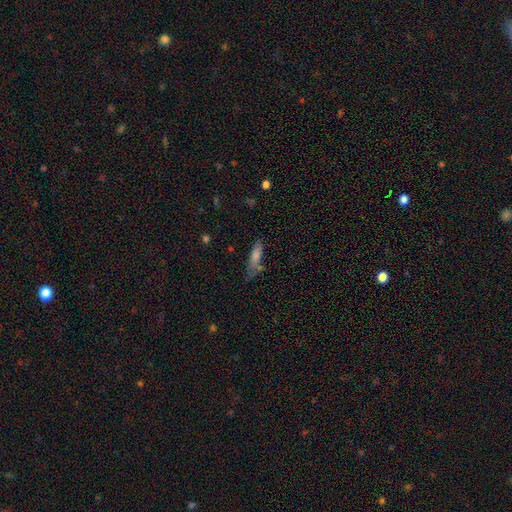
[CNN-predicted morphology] A smooth galaxy with no disk features (65%) that is cigar-shaped (66%).

Vote fractions:
- Smooth or featured? smooth: 65% / featured or disk: 22% / star or artifact: 13%
- How rounded? cigar-shaped: 66% / in between: 31% / round: 3%
- Merging? none: 57% / minor disturbance: 25% / major disturbance: 11% / merger: 7%